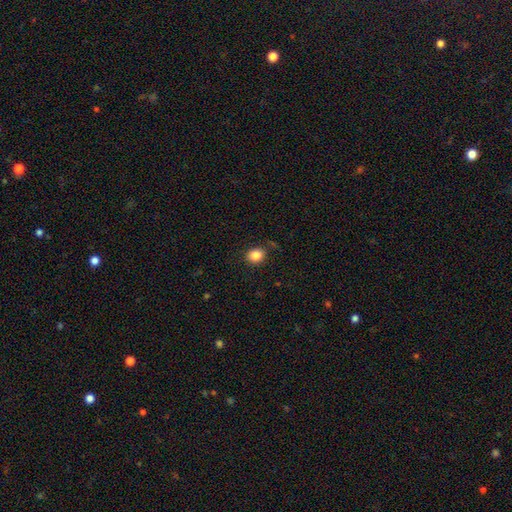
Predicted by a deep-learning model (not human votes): The model was most divided on "how rounded": round: 63%, in between: 36%, cigar-shaped: 1%. More confident: smooth or featured — smooth (85%); merging — none (84%).